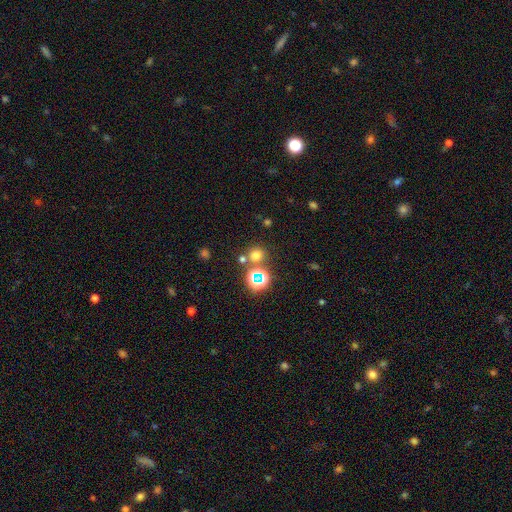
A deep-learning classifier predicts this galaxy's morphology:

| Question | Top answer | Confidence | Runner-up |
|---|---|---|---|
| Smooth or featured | smooth | 65% | star or artifact (29%) |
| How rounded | round | 88% | in between (11%) |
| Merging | none | 73% | merger (16%) |